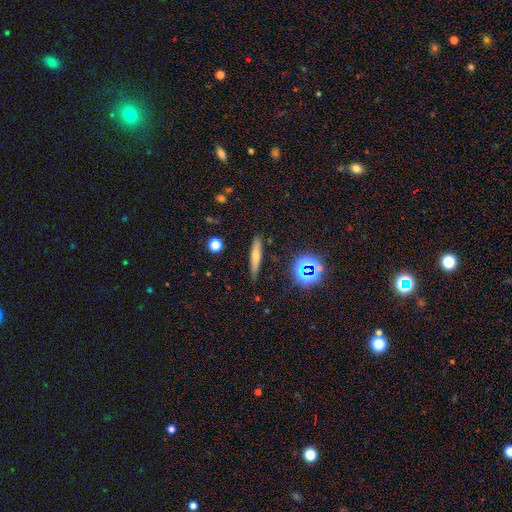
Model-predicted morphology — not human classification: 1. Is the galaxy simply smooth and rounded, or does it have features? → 50% smooth, 34% featured or disk, 17% star or artifact.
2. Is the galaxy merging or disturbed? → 86% none, 10% minor disturbance, 2% major disturbance, 2% merger.